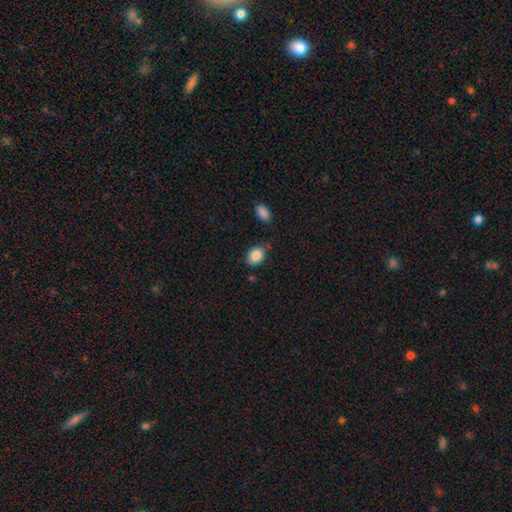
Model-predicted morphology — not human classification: Smooth or featured?
  - smooth: 87% *
  - star or artifact: 8%
  - featured or disk: 5%
How rounded?
  - in between: 72% *
  - round: 27%
  - cigar-shaped: 1%
Merging?
  - none: 73% *
  - minor disturbance: 18%
  - merger: 5%
  - major disturbance: 4%